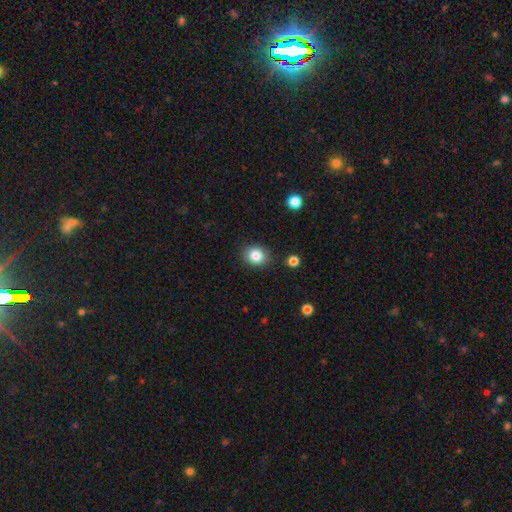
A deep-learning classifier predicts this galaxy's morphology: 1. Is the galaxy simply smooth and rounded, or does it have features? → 84% smooth, 10% star or artifact, 6% featured or disk.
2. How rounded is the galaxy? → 59% round, 40% in between, 1% cigar-shaped.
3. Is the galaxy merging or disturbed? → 85% none, 10% minor disturbance, 3% major disturbance, 2% merger.